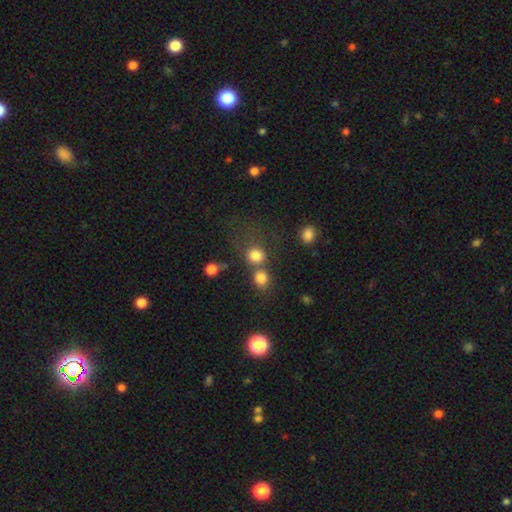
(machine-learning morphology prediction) Overall: smooth (79%). How rounded: round (81%). Merging: none (47%; merger 37%).